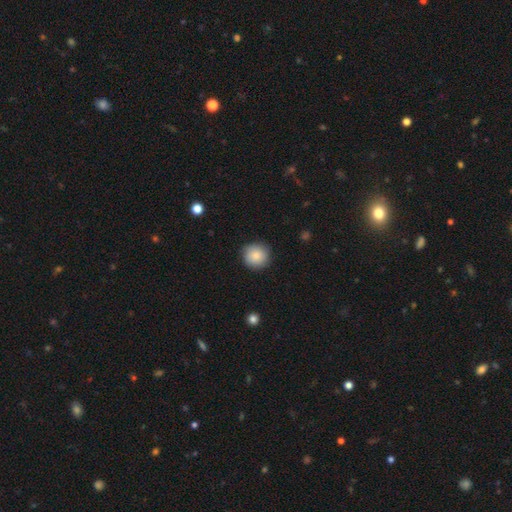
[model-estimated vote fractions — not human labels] Smooth or featured? smooth (85%)
How rounded? round (94%)
Merging? none (88%)